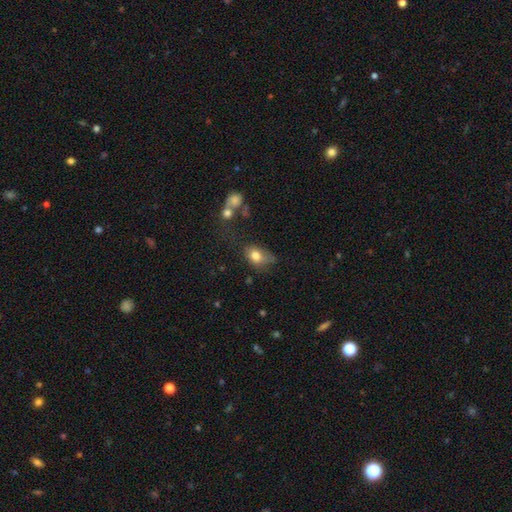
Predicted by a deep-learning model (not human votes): Q: Smooth or featured?
A: smooth (78%); runner-up: featured or disk (12%)
Q: How rounded?
A: in between (75%); runner-up: round (23%)
Q: Merging?
A: none (39%); runner-up: minor disturbance (33%)